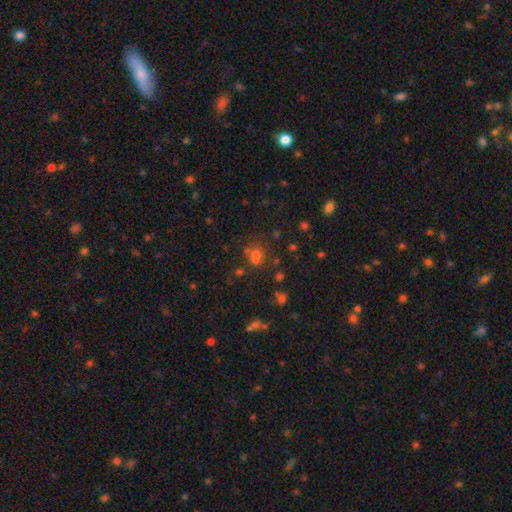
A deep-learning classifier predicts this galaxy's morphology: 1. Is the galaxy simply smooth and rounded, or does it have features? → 58% smooth, 31% star or artifact, 11% featured or disk.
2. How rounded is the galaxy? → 63% round, 36% in between, 1% cigar-shaped.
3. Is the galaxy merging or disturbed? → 58% none, 19% merger, 15% minor disturbance, 8% major disturbance.